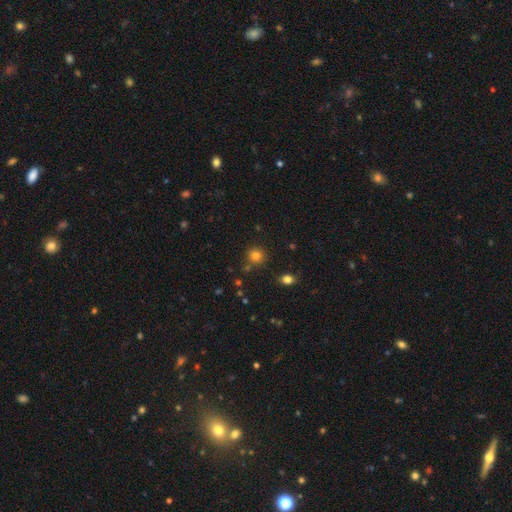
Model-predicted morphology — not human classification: A smooth galaxy with no disk features (80%) that is round (88%).

Vote fractions:
- Smooth or featured? smooth: 80% / star or artifact: 14% / featured or disk: 6%
- How rounded? round: 88% / in between: 11% / cigar-shaped: 1%
- Merging? none: 80% / minor disturbance: 10% / merger: 7% / major disturbance: 3%